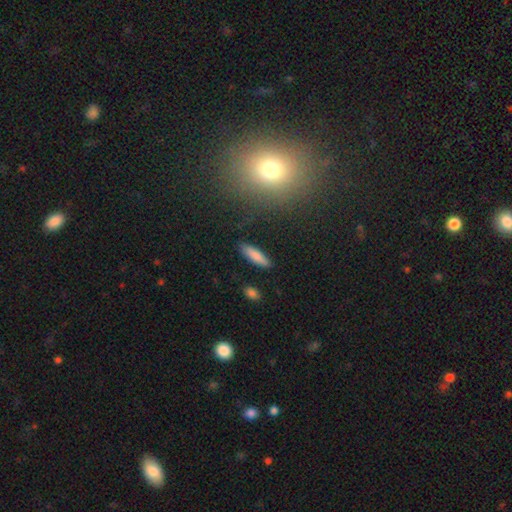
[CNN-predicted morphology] Smooth or featured?
  - smooth: 84% *
  - featured or disk: 10%
  - star or artifact: 6%
How rounded?
  - cigar-shaped: 68% *
  - in between: 30%
  - round: 2%
Merging?
  - none: 88% *
  - minor disturbance: 9%
  - major disturbance: 2%
  - merger: 2%